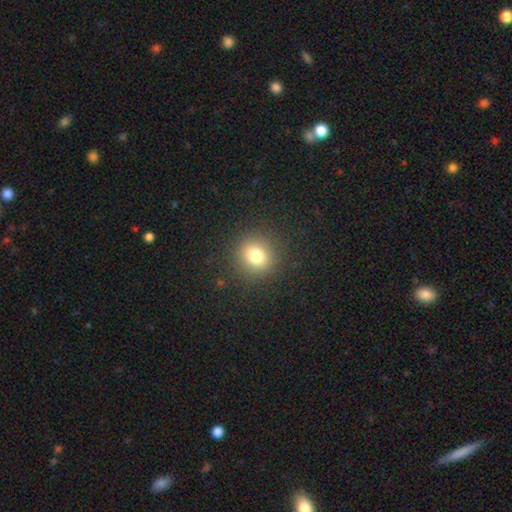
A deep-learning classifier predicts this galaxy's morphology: smooth_or_featured: smooth (p=0.78) [alt: star or artifact p=0.14]
how_rounded: round (p=0.87) [alt: in between p=0.12]
merging: none (p=0.89) [alt: minor disturbance p=0.06]